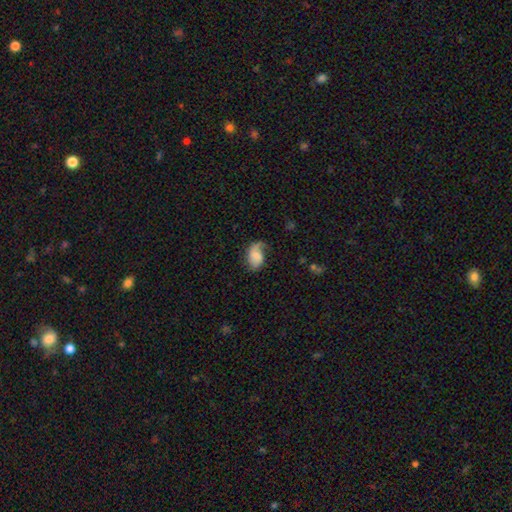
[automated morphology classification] Overall: smooth (46%; featured or disk 45%). Merging: none (43%; minor disturbance 29%).